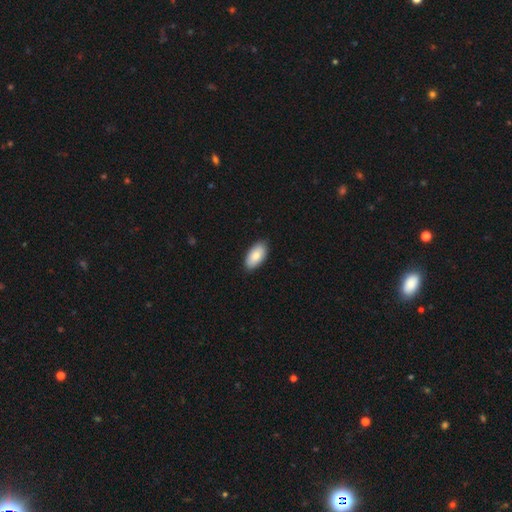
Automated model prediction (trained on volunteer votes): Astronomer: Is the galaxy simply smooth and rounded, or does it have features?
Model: smooth — 84%.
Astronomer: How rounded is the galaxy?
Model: in between — 95%.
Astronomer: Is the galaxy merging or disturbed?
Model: none — 88%.